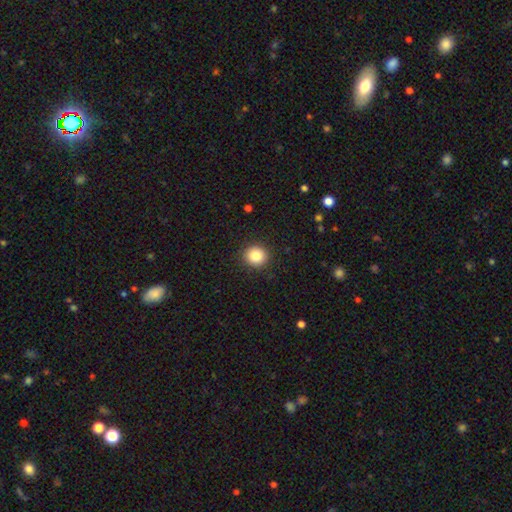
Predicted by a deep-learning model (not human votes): A smooth galaxy with no disk features (86%) that is round (88%). Merging: none (91%).